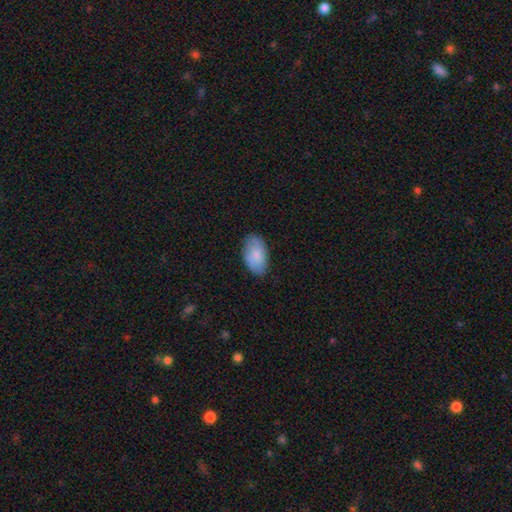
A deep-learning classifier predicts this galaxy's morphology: Overall: smooth (80%). How rounded: in between (94%). Merging: none (79%).